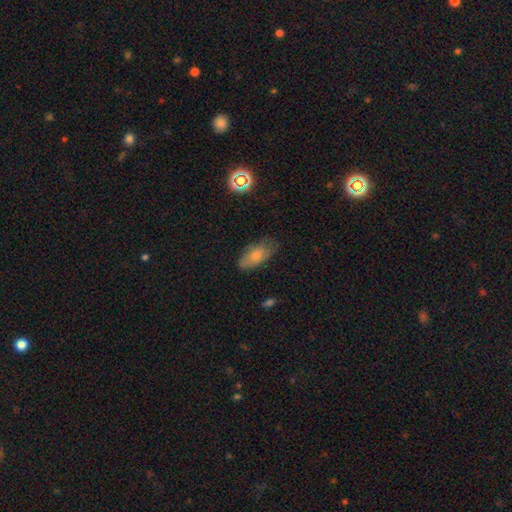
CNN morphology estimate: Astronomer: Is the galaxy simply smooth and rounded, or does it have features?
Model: smooth — 74%.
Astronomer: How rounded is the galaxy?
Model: in between — 88%.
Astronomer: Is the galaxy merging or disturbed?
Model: none — 64%.